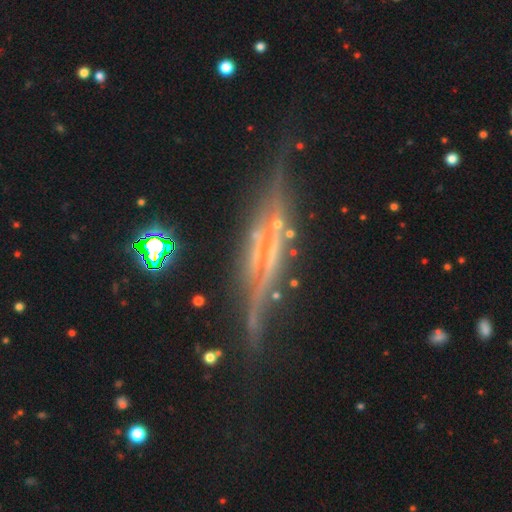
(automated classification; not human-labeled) Smooth or featured? Predicted: featured or disk (p=0.67). Edge-on disk? Predicted: yes (p=0.83). Edge-on bulge? Predicted: none (p=0.44). Merging? Predicted: none (p=0.65).